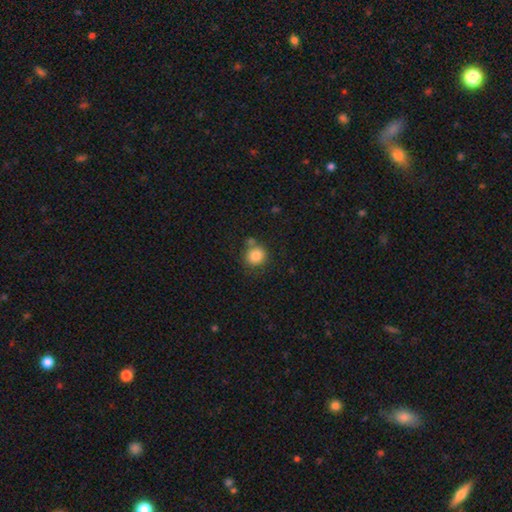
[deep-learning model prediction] smooth_or_featured: smooth (p=0.84) [alt: star or artifact p=0.10]
how_rounded: round (p=0.87) [alt: in between p=0.12]
merging: none (p=0.70) [alt: minor disturbance p=0.13]